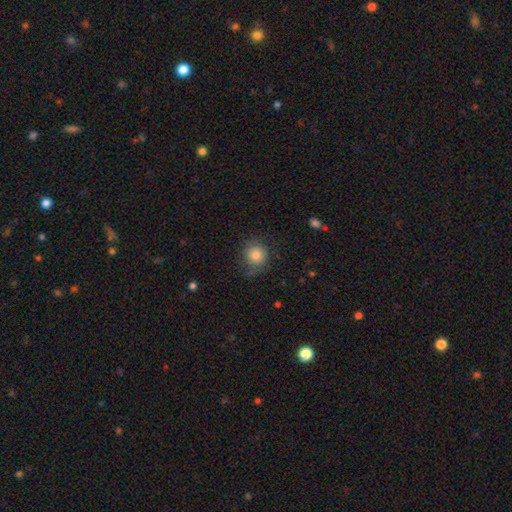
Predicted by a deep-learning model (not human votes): Smooth or featured? smooth (80%)
How rounded? round (86%)
Merging? none (72%)